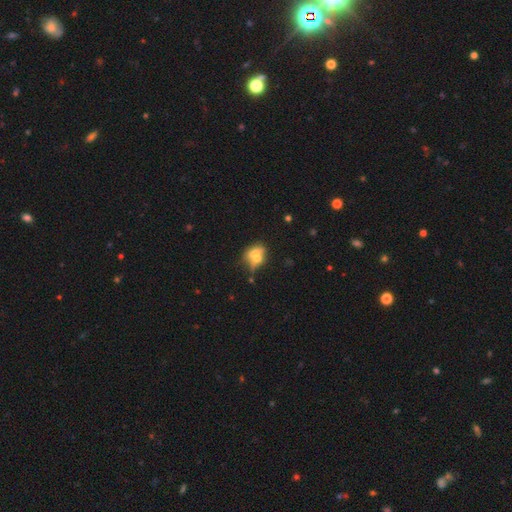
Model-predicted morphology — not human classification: Q: Smooth or featured?
A: smooth (54%); runner-up: featured or disk (34%)
Q: How rounded?
A: in between (54%); runner-up: round (39%)
Q: Merging?
A: merger (45%); runner-up: none (36%)